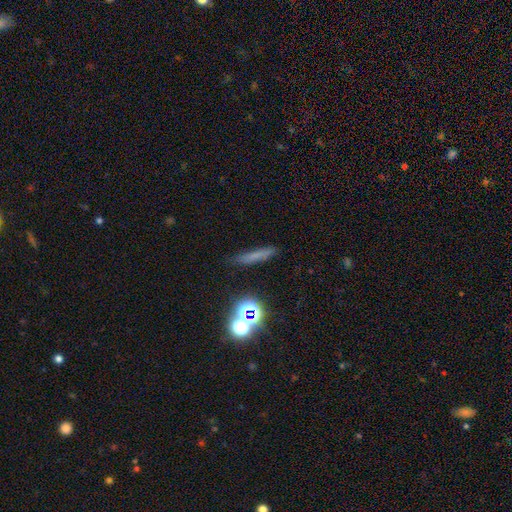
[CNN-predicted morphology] Overall: smooth (61%). How rounded: cigar-shaped (87%). Merging: none (81%).